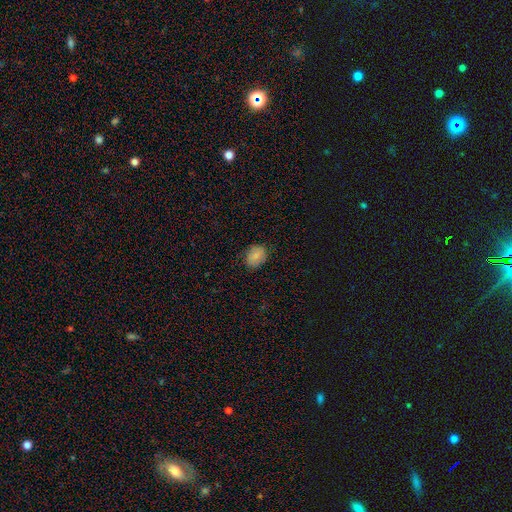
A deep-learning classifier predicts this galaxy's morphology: smooth-or-featured: smooth: 84% | featured or disk: 8% | star or artifact: 8%
  how-rounded: in between: 58% | round: 41% | cigar-shaped: 1%
  merging: none: 83% | minor disturbance: 13% | major disturbance: 3% | merger: 1%